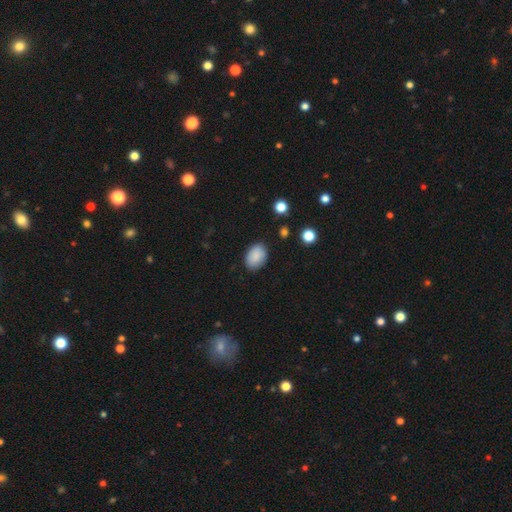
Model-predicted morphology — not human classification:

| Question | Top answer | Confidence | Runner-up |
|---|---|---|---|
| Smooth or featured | smooth | 88% | star or artifact (7%) |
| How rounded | in between | 83% | round (16%) |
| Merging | none | 85% | minor disturbance (11%) |